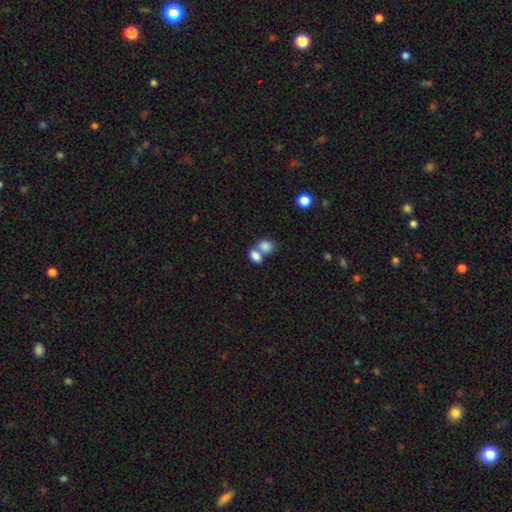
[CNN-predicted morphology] type=smooth (83%); roundness=in between (72%); merging=merger (62%).